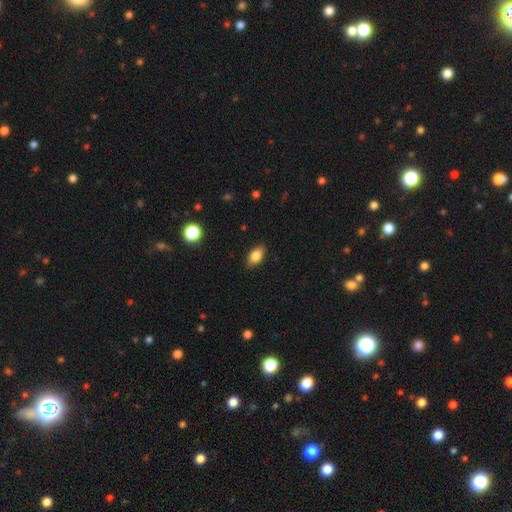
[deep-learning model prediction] Q: Smooth or featured?
A: smooth (82%); runner-up: featured or disk (10%)
Q: How rounded?
A: in between (89%); runner-up: round (6%)
Q: Merging?
A: none (86%); runner-up: minor disturbance (11%)